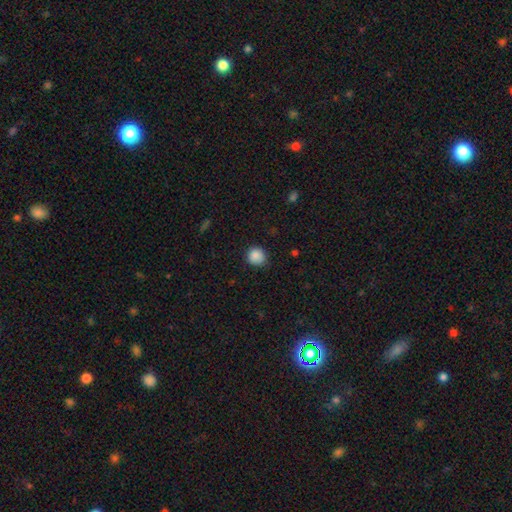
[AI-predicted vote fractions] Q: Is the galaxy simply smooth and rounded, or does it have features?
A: smooth — 87%.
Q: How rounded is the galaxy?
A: round — 90%.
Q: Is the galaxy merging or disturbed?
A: none — 86%.